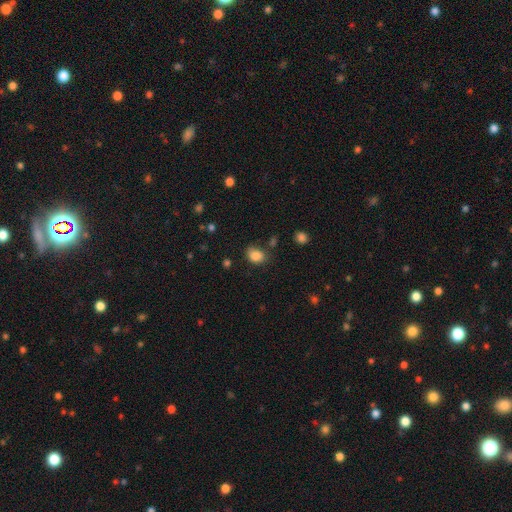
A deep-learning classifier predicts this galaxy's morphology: A smooth galaxy with no disk features (85%) that is in between round and cigar-shaped (62%). Merging: none (67%).